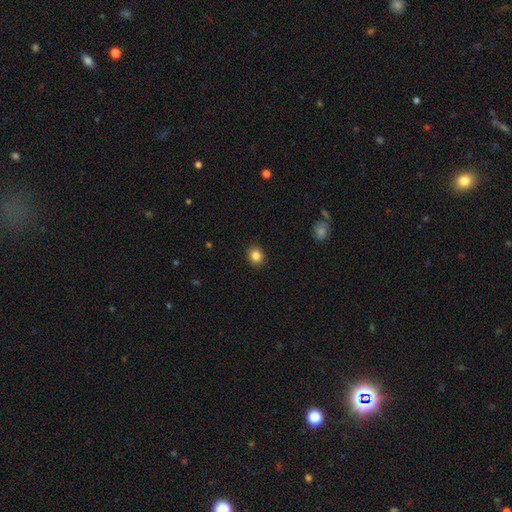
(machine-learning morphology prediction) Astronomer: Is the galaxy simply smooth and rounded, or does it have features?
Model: smooth — 85%.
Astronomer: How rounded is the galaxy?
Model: round — 71%.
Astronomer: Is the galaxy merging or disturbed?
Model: none — 91%.